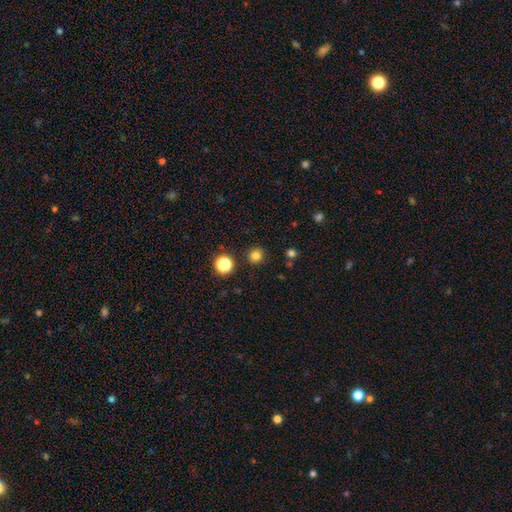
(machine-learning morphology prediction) smooth-or-featured: smooth: 79% | star or artifact: 15% | featured or disk: 5%
  how-rounded: round: 91% | in between: 8% | cigar-shaped: 1%
  merging: none: 90% | minor disturbance: 6% | merger: 2% | major disturbance: 2%